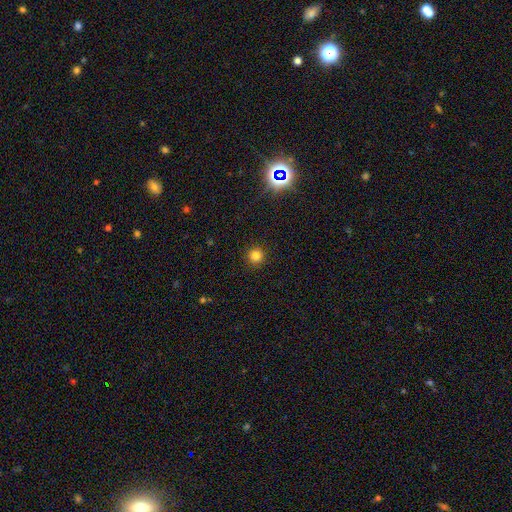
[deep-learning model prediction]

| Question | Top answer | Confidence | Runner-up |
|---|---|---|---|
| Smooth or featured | smooth | 80% | star or artifact (15%) |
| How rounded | round | 95% | in between (4%) |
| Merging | none | 92% | minor disturbance (5%) |